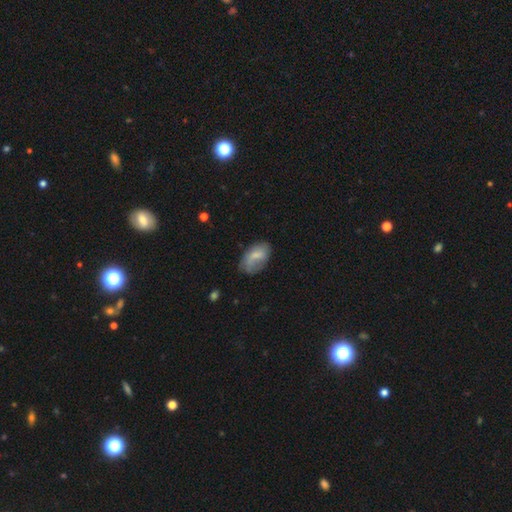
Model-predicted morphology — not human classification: smooth 70%, featured or disk 23%, star or artifact 7%. Down the decision tree: how rounded — in between (93%); merging — none (54%).